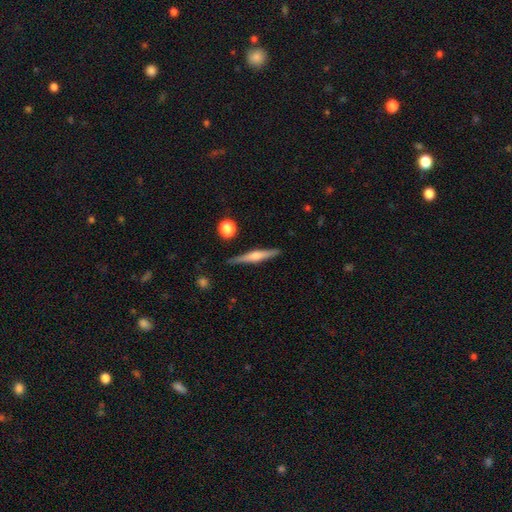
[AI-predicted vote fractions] Smooth or featured?
  - featured or disk: 67% *
  - smooth: 27%
  - star or artifact: 6%
Edge-on disk?
  - yes: 98% *
  - no: 2%
Edge-on bulge?
  - rounded: 84% *
  - boxy: 9%
  - none: 7%
Merging?
  - none: 89% *
  - minor disturbance: 8%
  - merger: 2%
  - major disturbance: 2%